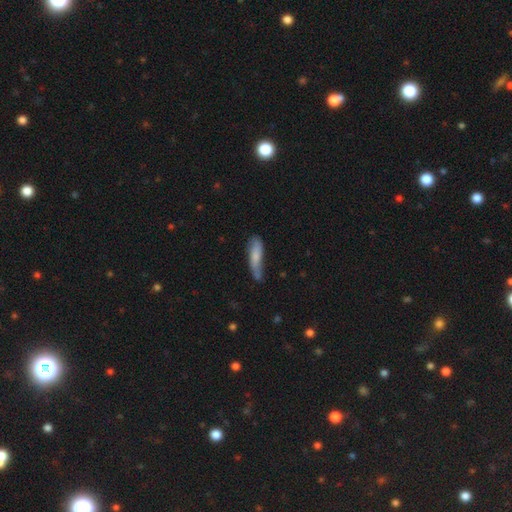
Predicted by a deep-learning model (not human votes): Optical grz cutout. It shows a smooth galaxy with no disk features (73%) that is cigar-shaped (73%). Merging: none (52%).